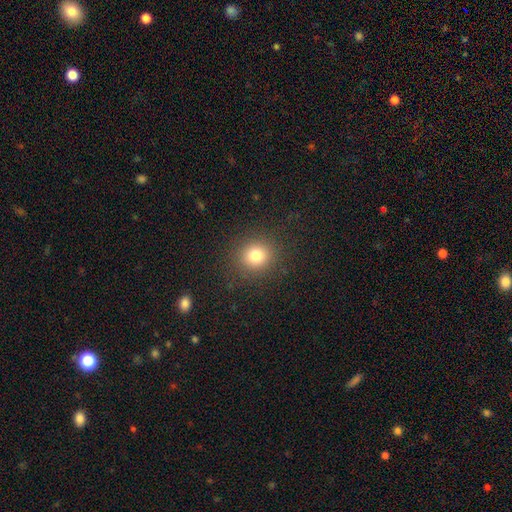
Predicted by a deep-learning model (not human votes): Smooth or featured: smooth — 79% (star or artifact — 13%)
How rounded: round — 85% (in between — 14%)
Merging: none — 88% (minor disturbance — 7%)